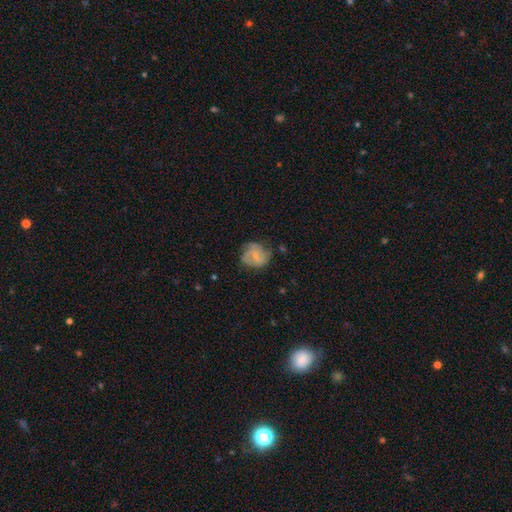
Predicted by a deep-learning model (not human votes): featured or disk 66%, smooth 27%, star or artifact 7%. Down the decision tree: edge-on disk — no (98%); bar — weak (46%); spiral arms — yes (90%); spiral arm count — 2 (35%); spiral winding — medium (47%); bulge size — small (54%); merging — none (63%).